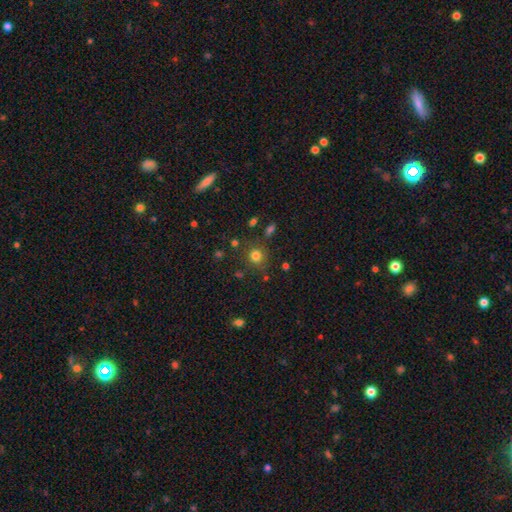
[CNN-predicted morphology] A smooth galaxy with no disk features (77%) that is round (85%).

Vote fractions:
- Smooth or featured? smooth: 77% / star or artifact: 16% / featured or disk: 7%
- How rounded? round: 85% / in between: 14% / cigar-shaped: 1%
- Merging? none: 79% / minor disturbance: 12% / merger: 5% / major disturbance: 4%